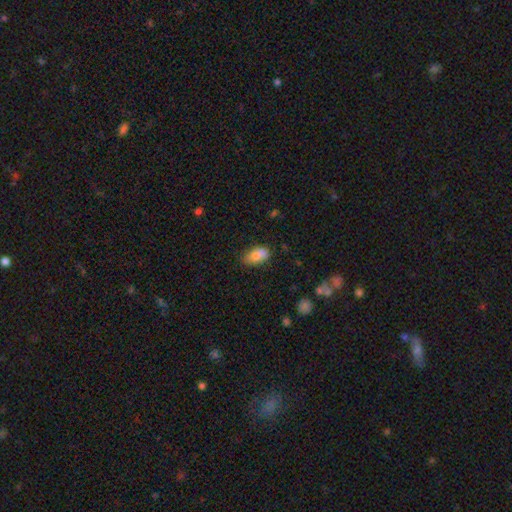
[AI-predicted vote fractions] Morphology: type=smooth (77%); roundness=in between (90%); merging=none (61%).